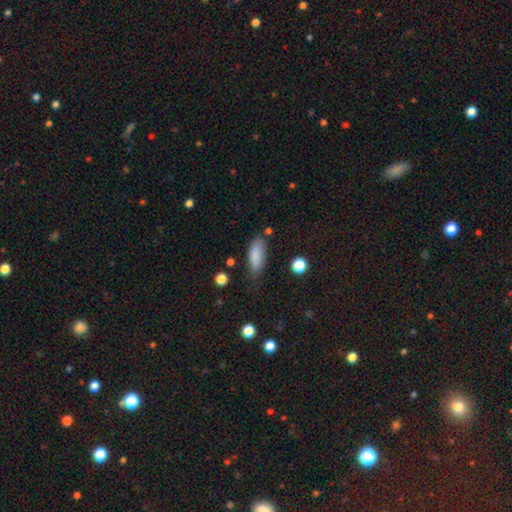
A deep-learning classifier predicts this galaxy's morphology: This is clearly a smooth galaxy (85%). How rounded: likely in between (77%). Merging: likely none (63%).